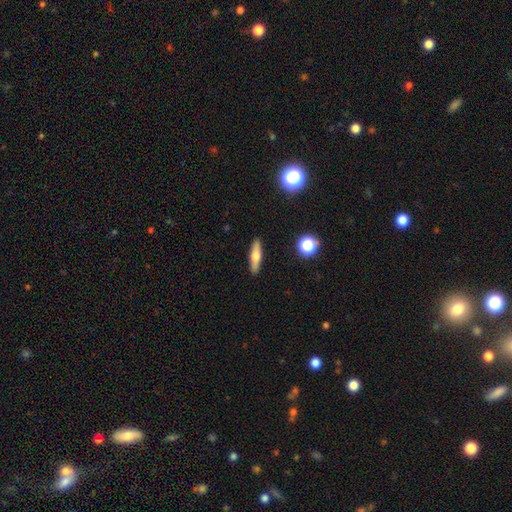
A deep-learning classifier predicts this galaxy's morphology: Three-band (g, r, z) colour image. It shows a smooth galaxy with no disk features (56%) that is cigar-shaped (72%). Merging: none (90%).